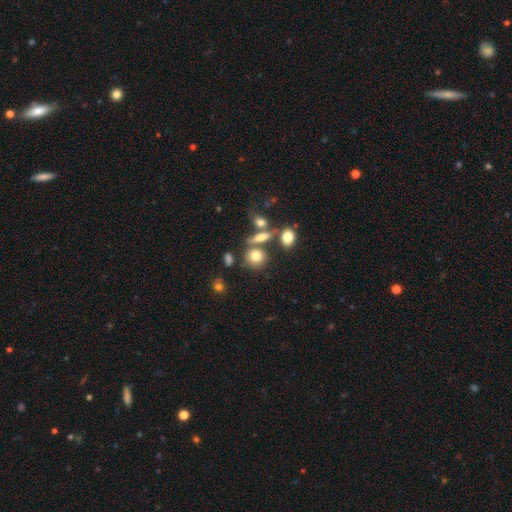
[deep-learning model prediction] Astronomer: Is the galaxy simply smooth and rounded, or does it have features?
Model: smooth — 76%.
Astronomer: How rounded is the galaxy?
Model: round — 72%.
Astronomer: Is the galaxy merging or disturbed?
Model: none — 60%.